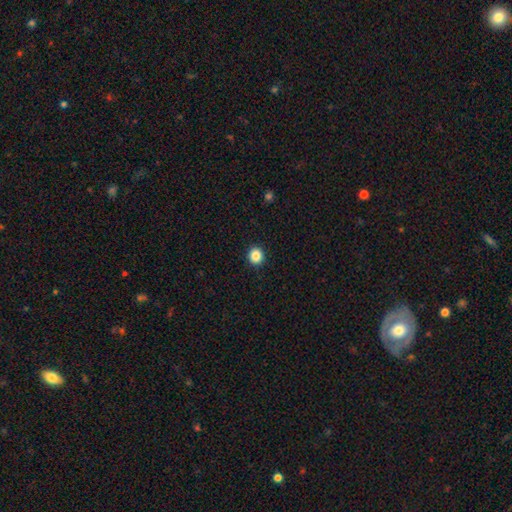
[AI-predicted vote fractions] Smooth or featured: smooth — 87% (star or artifact — 10%)
How rounded: round — 89% (in between — 10%)
Merging: none — 93% (minor disturbance — 5%)